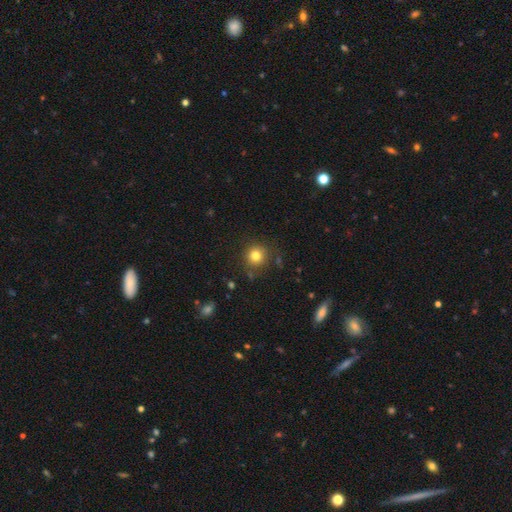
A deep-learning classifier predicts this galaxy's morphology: This appears to be a smooth galaxy with no disk features (80%) that is round (92%). Merging: none (84%).